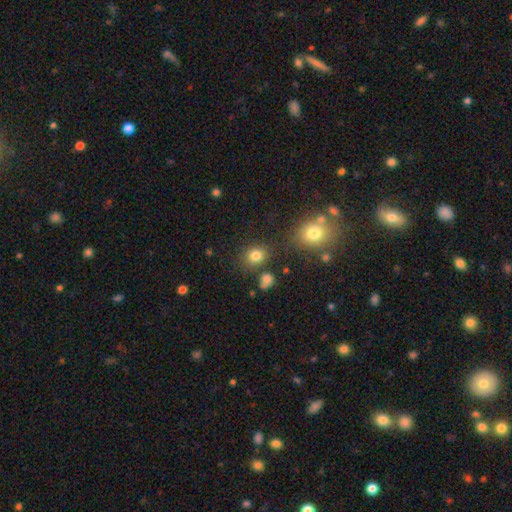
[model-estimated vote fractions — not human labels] Smooth or featured? smooth (80%)
How rounded? round (63%)
Merging? none (75%)